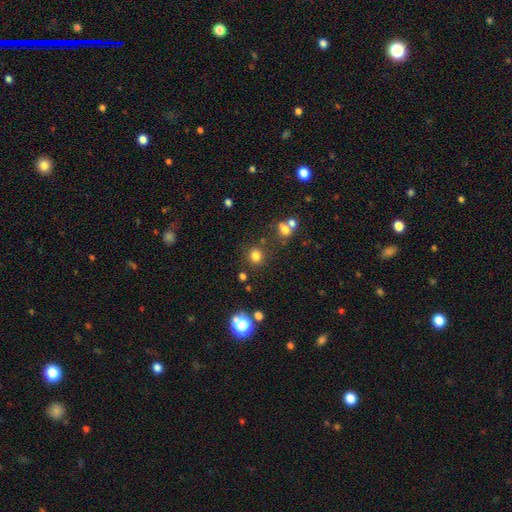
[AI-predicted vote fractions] Overall: smooth (76%). How rounded: round (84%). Merging: none (79%).